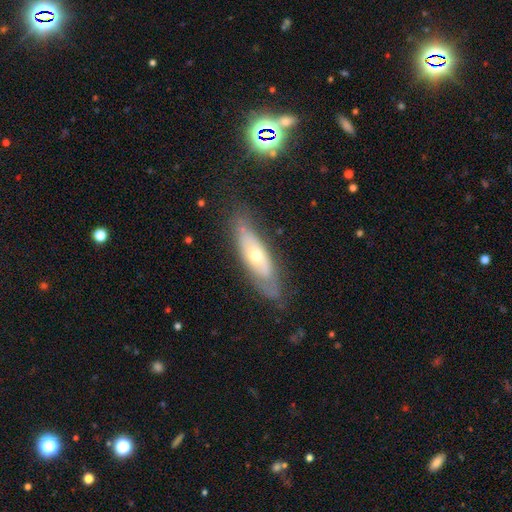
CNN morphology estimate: smooth_or_featured: featured or disk (p=0.58) [alt: smooth p=0.35]
disk_edge_on: no (p=0.67) [alt: yes p=0.33]
merging: none (p=0.72) [alt: minor disturbance p=0.19]